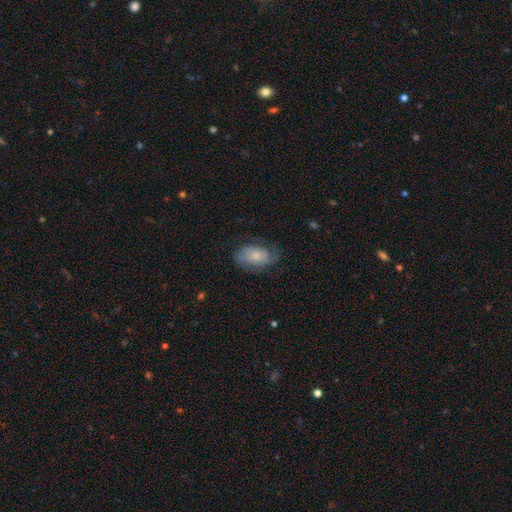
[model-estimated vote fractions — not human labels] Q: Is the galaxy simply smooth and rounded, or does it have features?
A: smooth — 46%, tied with featured or disk.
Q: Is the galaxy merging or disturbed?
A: none — 61%.